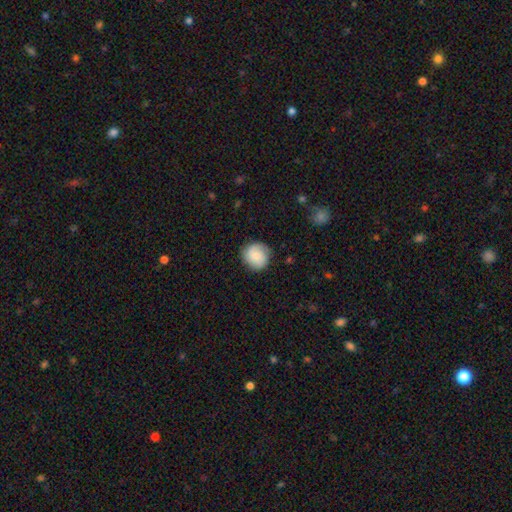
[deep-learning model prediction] Smooth or featured: smooth — 63% (featured or disk — 30%)
How rounded: round — 88% (in between — 11%)
Merging: none — 81% (minor disturbance — 14%)